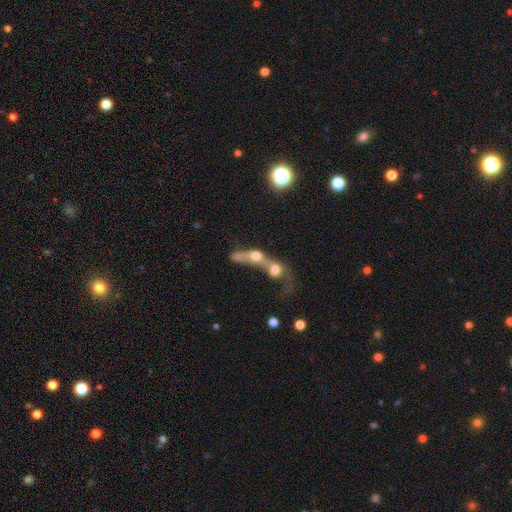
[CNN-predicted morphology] smooth 51%, featured or disk 37%, star or artifact 12%. Down the decision tree: how rounded — in between (41%); merging — merger (82%).